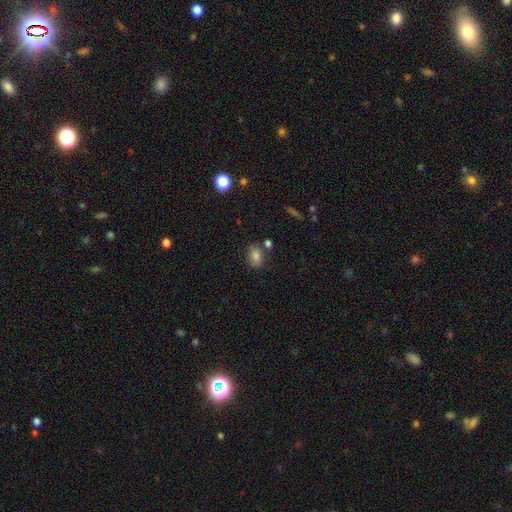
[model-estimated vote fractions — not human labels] This appears to be a smooth galaxy with no disk features (81%) that is in between round and cigar-shaped (74%). Merging: none (70%).